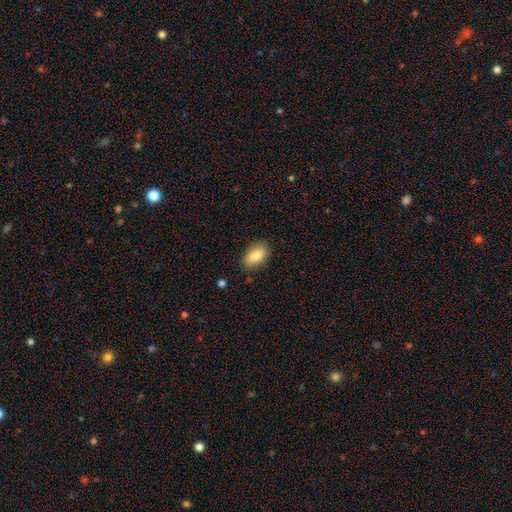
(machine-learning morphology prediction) type=smooth (83%); roundness=in between (90%); merging=none (85%).